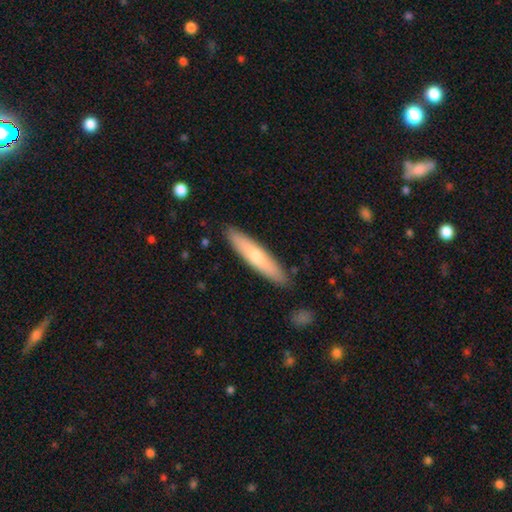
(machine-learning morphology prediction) Smooth or featured? smooth (62%)
How rounded? cigar-shaped (86%)
Merging? none (89%)